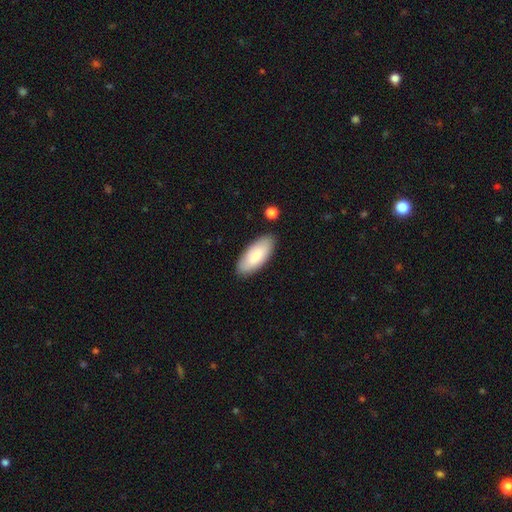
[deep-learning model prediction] Morphology: type=smooth (82%); roundness=in between (85%); merging=none (86%).